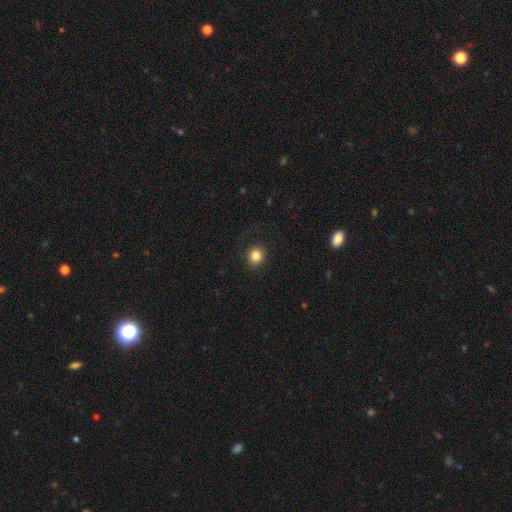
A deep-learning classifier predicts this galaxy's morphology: Smooth or featured? Predicted: smooth (p=0.84). How rounded? Predicted: round (p=0.81). Merging? Predicted: none (p=0.88).